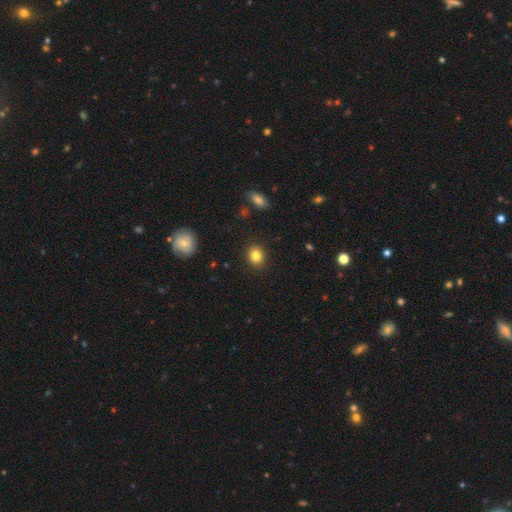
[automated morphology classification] Overall: smooth (83%). How rounded: round (66%; in between 33%). Merging: none (90%).